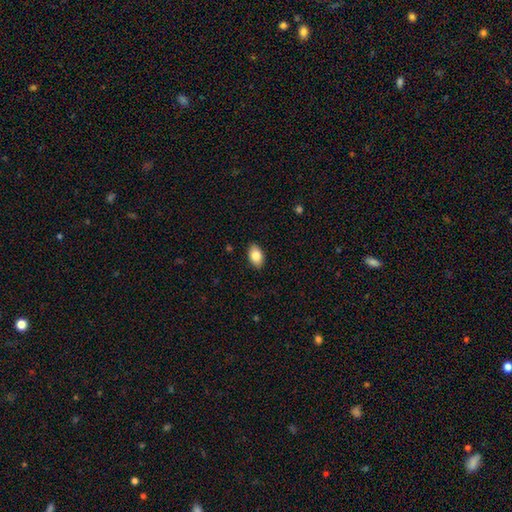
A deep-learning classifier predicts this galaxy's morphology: Smooth or featured? smooth (83%)
How rounded? in between (90%)
Merging? none (89%)